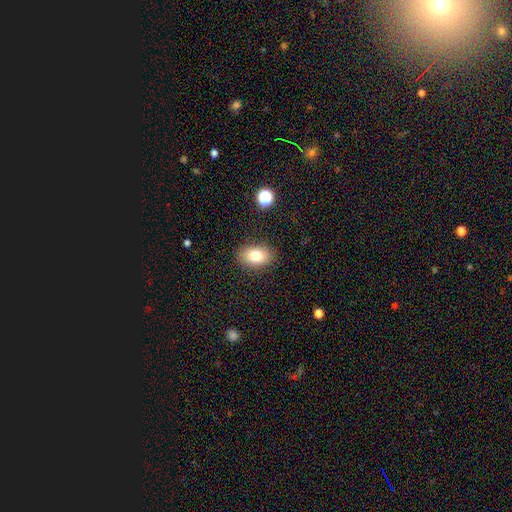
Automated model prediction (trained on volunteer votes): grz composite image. It shows a smooth galaxy with no disk features (81%) that is in between round and cigar-shaped (87%). Merging: none (86%).